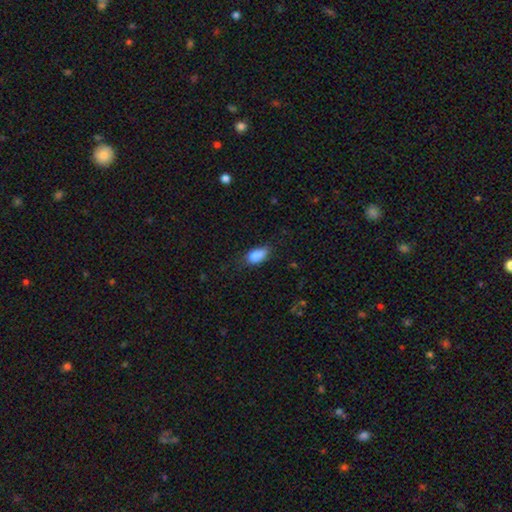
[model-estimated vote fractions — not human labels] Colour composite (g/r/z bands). It shows a smooth galaxy with no disk features (84%) that is in between round and cigar-shaped (88%). Merging: none (56%).